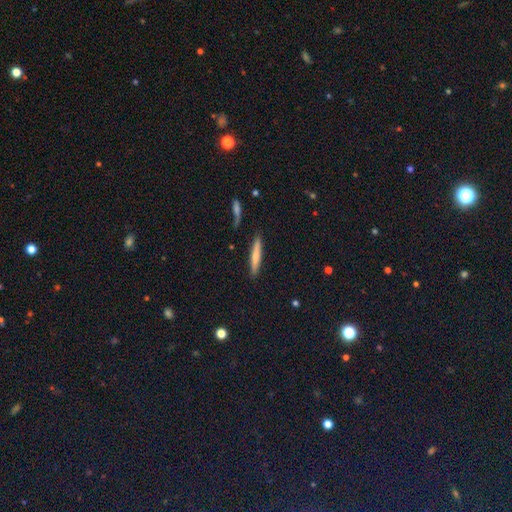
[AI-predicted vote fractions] smooth-or-featured: smooth: 67% | featured or disk: 27% | star or artifact: 6%
  how-rounded: cigar-shaped: 93% | in between: 5% | round: 1%
  merging: none: 86% | minor disturbance: 9% | merger: 3% | major disturbance: 2%